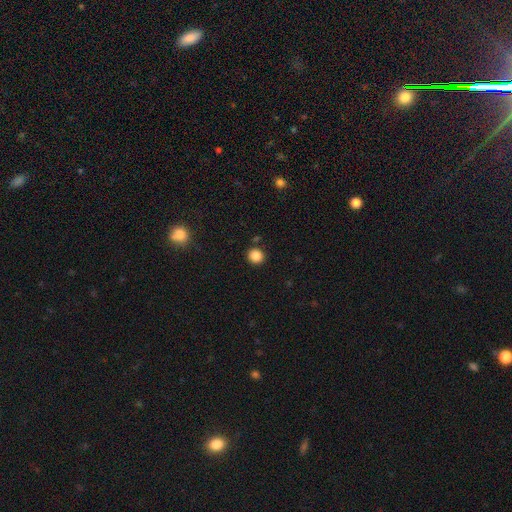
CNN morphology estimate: smooth-or-featured: smooth: 86% | star or artifact: 11% | featured or disk: 3%
  how-rounded: round: 87% | in between: 12% | cigar-shaped: 1%
  merging: none: 88% | minor disturbance: 7% | merger: 3% | major disturbance: 2%